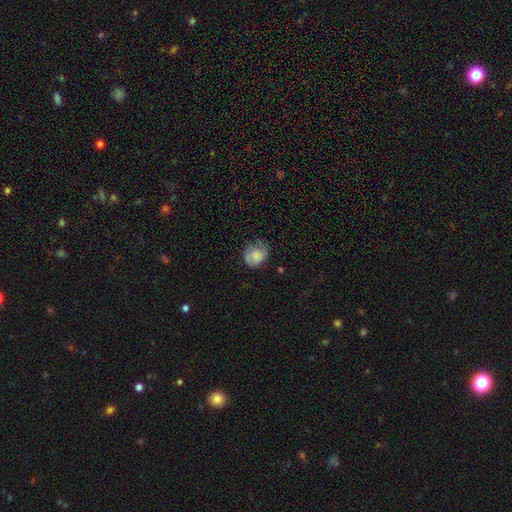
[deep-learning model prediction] Overall: smooth (74%). How rounded: round (52%; in between 47%). Merging: none (49%; minor disturbance 33%).